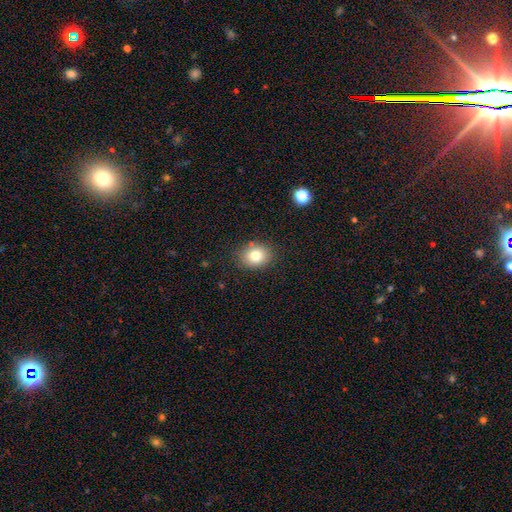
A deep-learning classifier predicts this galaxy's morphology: A smooth galaxy with no disk features (79%) that is round (55%).

Vote fractions:
- Smooth or featured? smooth: 79% / star or artifact: 11% / featured or disk: 10%
- How rounded? round: 55% / in between: 45% / cigar-shaped: 1%
- Merging? none: 83% / minor disturbance: 11% / major disturbance: 3% / merger: 3%